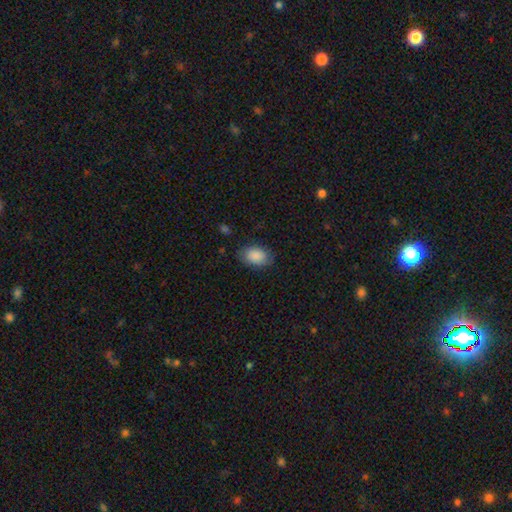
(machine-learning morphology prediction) Smooth or featured? smooth (87%)
How rounded? in between (87%)
Merging? none (78%)